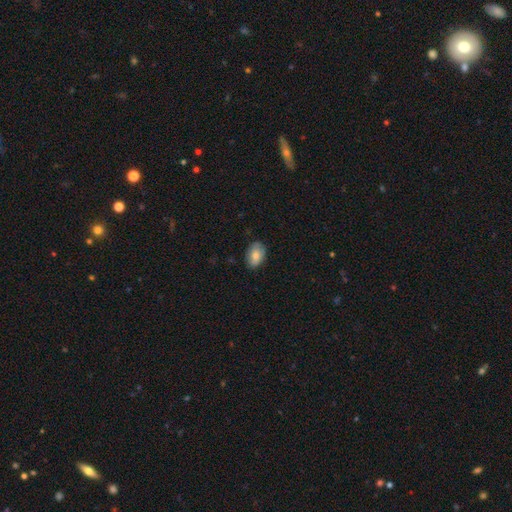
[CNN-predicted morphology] This appears to be a smooth galaxy with no disk features (79%) that is in between round and cigar-shaped (87%). Merging: none (80%).